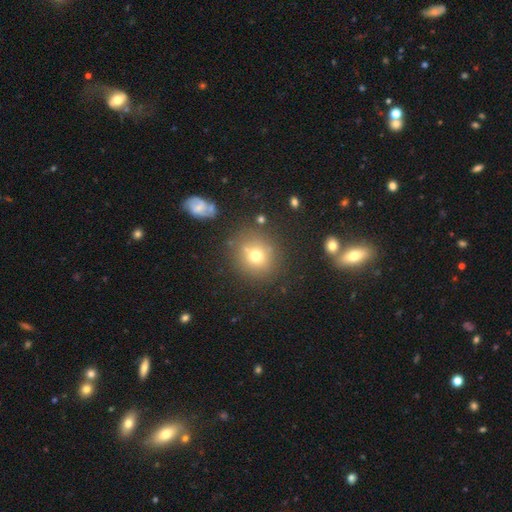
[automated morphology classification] The model was most divided on "smooth or featured": smooth: 70%, star or artifact: 17%, featured or disk: 14%. More confident: how rounded — round (88%); merging — none (79%).